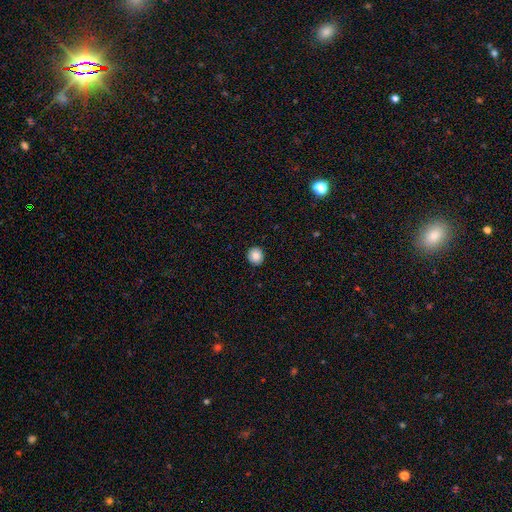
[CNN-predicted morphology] Smooth or featured?
  - smooth: 86% *
  - star or artifact: 9%
  - featured or disk: 5%
How rounded?
  - round: 88% *
  - in between: 11%
  - cigar-shaped: 1%
Merging?
  - none: 92% *
  - minor disturbance: 6%
  - major disturbance: 2%
  - merger: 1%